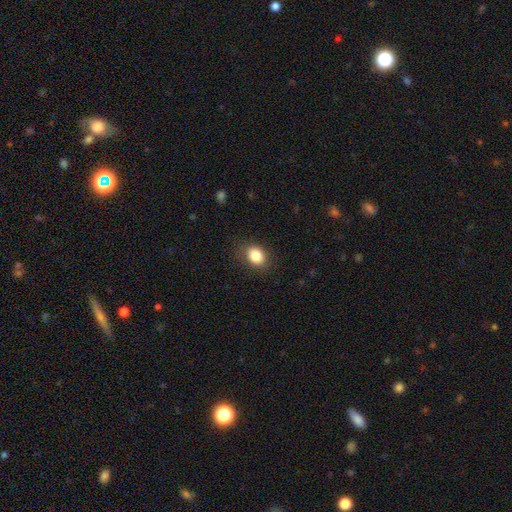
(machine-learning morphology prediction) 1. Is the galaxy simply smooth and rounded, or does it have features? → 85% smooth, 9% star or artifact, 6% featured or disk.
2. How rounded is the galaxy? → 62% in between, 37% round, 1% cigar-shaped.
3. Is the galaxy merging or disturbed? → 82% none, 13% minor disturbance, 4% major disturbance, 1% merger.